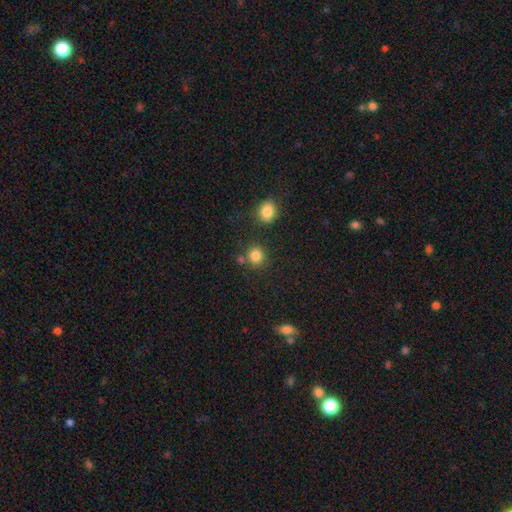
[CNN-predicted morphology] This is clearly a smooth galaxy (83%). How rounded: clearly round (85%). Merging: likely none (77%).